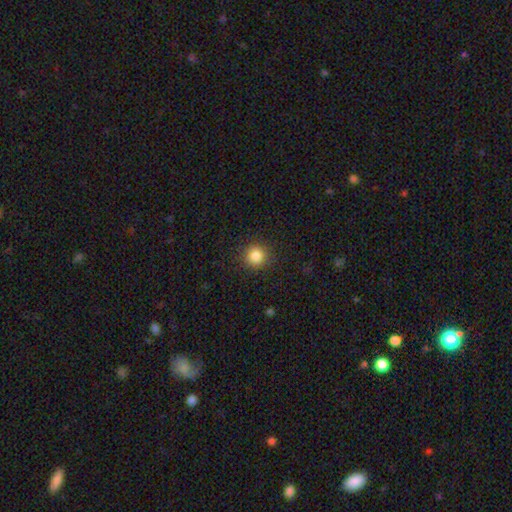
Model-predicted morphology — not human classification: smooth-or-featured: smooth: 84% | star or artifact: 11% | featured or disk: 4%
  how-rounded: round: 93% | in between: 6% | cigar-shaped: 1%
  merging: none: 90% | minor disturbance: 7% | major disturbance: 2% | merger: 1%